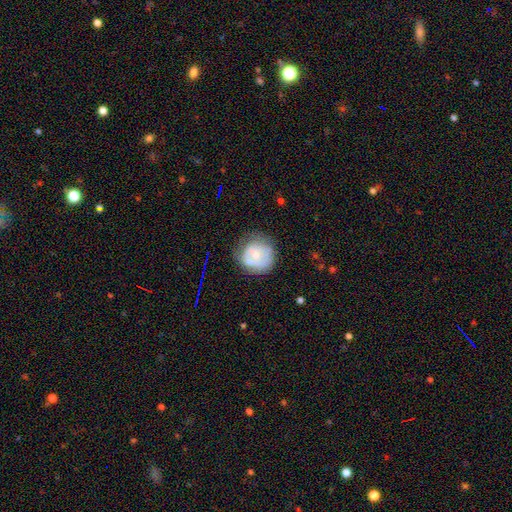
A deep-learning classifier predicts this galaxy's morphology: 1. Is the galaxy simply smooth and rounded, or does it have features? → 51% smooth, 40% featured or disk, 8% star or artifact.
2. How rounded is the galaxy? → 87% round, 12% in between, 1% cigar-shaped.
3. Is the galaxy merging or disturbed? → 55% none, 26% minor disturbance, 13% major disturbance, 6% merger.